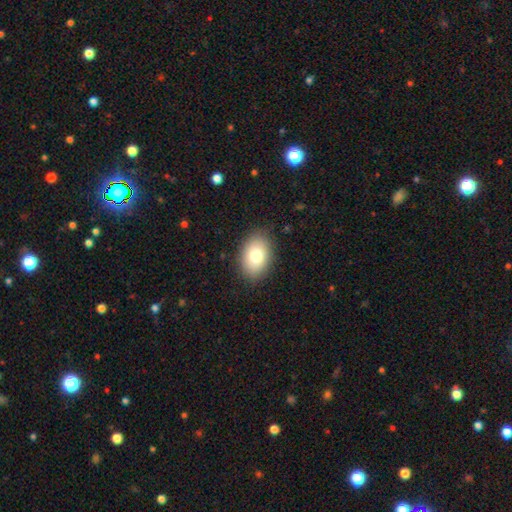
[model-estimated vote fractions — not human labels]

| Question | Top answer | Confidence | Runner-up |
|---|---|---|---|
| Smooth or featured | smooth | 80% | featured or disk (12%) |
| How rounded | in between | 85% | round (14%) |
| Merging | none | 87% | minor disturbance (9%) |